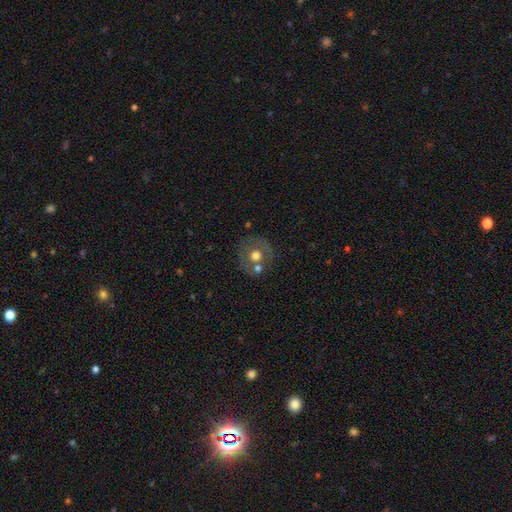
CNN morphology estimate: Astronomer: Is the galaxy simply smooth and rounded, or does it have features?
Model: smooth — 53% (runner-up: featured or disk, 38%).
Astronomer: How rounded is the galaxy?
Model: round — 85%.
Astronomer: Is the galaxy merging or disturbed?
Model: none — 61%.